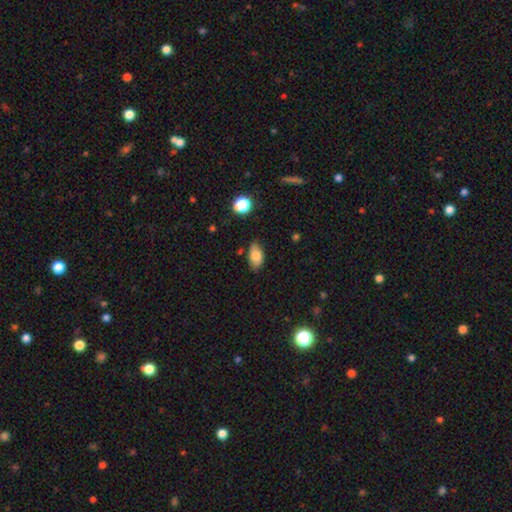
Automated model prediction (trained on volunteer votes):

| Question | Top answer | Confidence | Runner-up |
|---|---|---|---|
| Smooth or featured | smooth | 77% | featured or disk (15%) |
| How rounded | in between | 92% | round (6%) |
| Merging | none | 77% | minor disturbance (18%) |